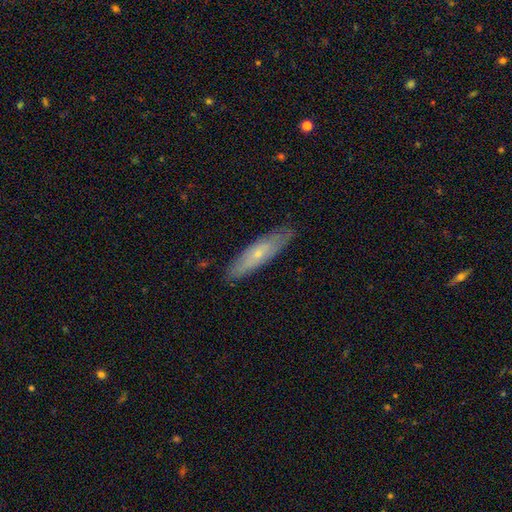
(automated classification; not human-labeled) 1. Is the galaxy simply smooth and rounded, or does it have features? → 46% smooth, 44% featured or disk, 10% star or artifact.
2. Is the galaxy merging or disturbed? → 87% none, 10% minor disturbance, 2% major disturbance, 1% merger.